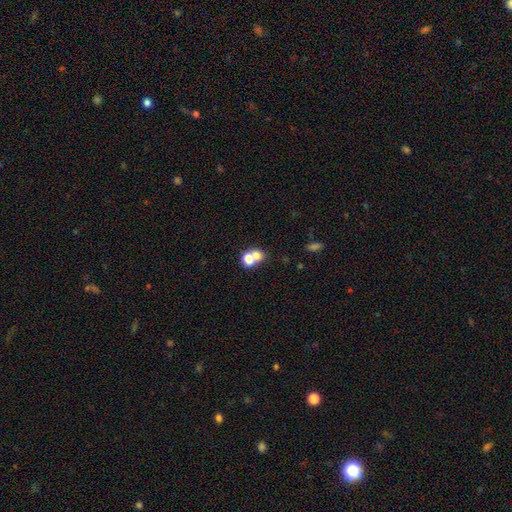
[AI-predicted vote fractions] Q: Smooth or featured?
A: smooth (70%); runner-up: featured or disk (17%)
Q: How rounded?
A: round (67%); runner-up: in between (32%)
Q: Merging?
A: merger (61%); runner-up: none (30%)